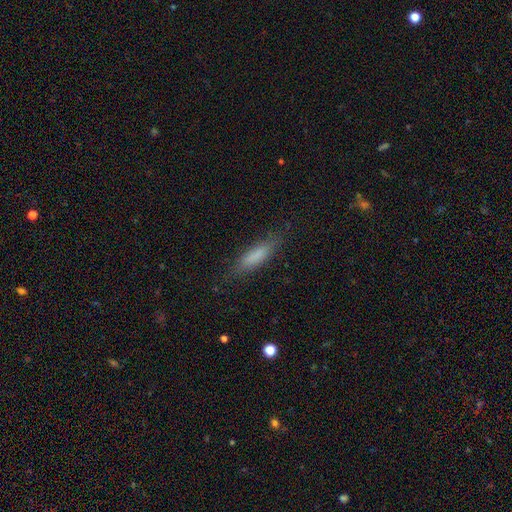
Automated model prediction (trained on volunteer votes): Morphology: type=smooth (78%); roundness=cigar-shaped (67%); merging=none (81%).